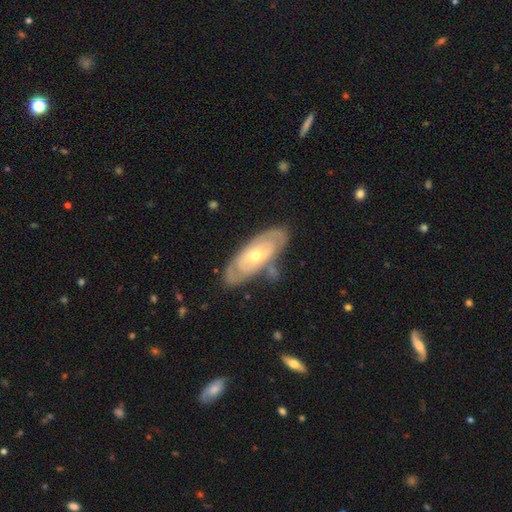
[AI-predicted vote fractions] smooth-or-featured: featured or disk: 71% | smooth: 24% | star or artifact: 6%
  disk-edge-on: no: 86% | yes: 14%
    bar: no: 68% | weak: 24% | strong: 7%
    has-spiral-arms: yes: 70% | no: 30%
    bulge-size: moderate: 51% | small: 45% | large: 2% | none: 1% | dominant: 1%
  merging: none: 73% | minor disturbance: 17% | merger: 5% | major disturbance: 5%